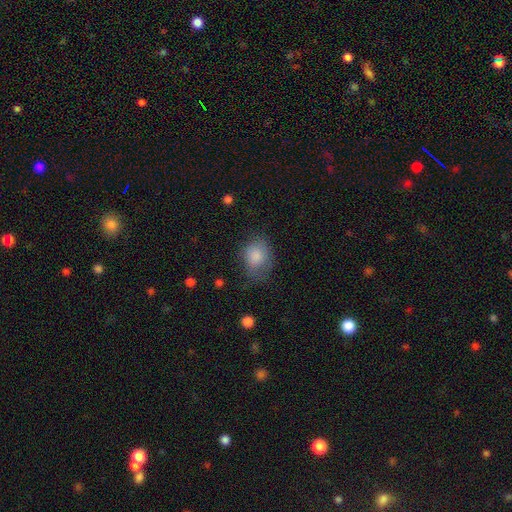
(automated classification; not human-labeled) Smooth or featured? Predicted: smooth (p=0.80). How rounded? Predicted: in between (p=0.57). Merging? Predicted: none (p=0.57).